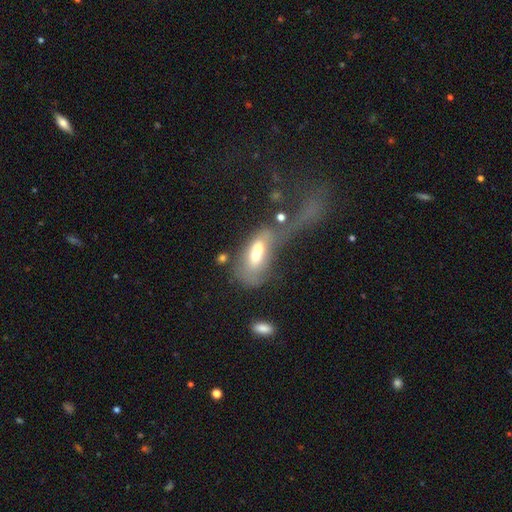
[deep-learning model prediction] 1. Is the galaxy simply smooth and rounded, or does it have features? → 53% smooth, 37% featured or disk, 10% star or artifact.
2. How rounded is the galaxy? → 76% in between, 13% cigar-shaped, 11% round.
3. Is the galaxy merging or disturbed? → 57% merger, 25% major disturbance, 11% none, 7% minor disturbance.